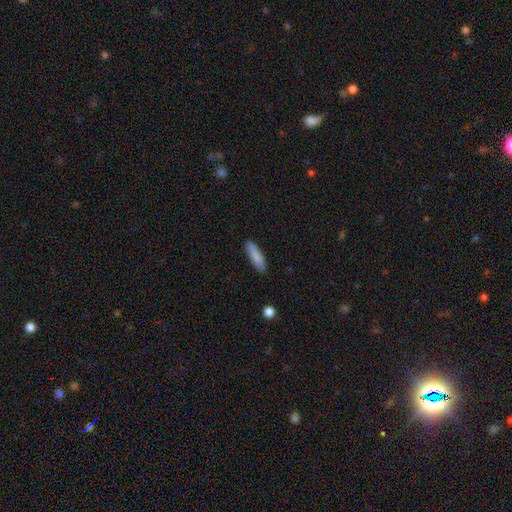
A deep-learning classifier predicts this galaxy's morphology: This appears to be a smooth galaxy with no disk features (86%) that is cigar-shaped (68%). Merging: none (86%).